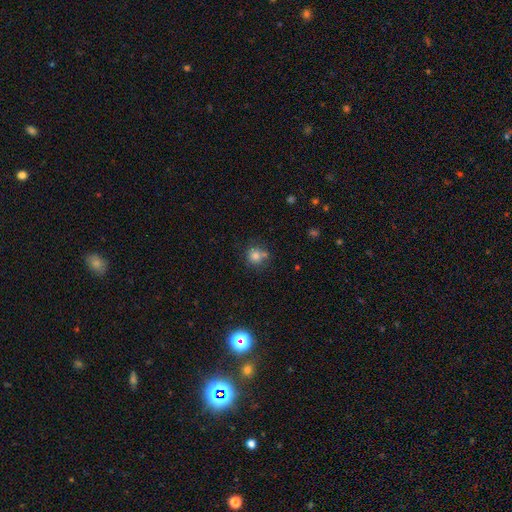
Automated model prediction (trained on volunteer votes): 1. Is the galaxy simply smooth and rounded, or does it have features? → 79% smooth, 13% star or artifact, 9% featured or disk.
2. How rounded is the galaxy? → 89% round, 10% in between, 1% cigar-shaped.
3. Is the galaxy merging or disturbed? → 65% none, 18% merger, 13% minor disturbance, 4% major disturbance.